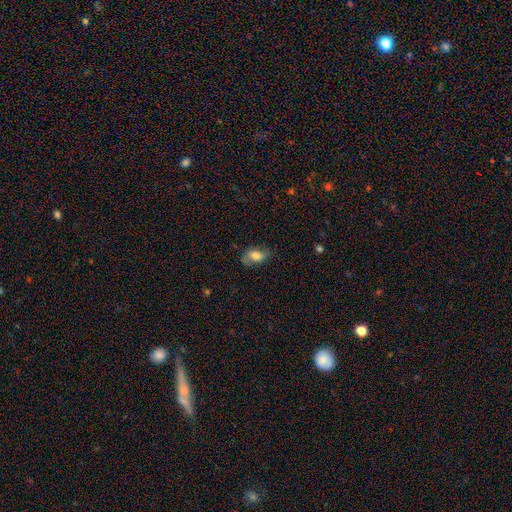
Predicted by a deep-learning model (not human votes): smooth 68%, featured or disk 24%, star or artifact 9%. Down the decision tree: how rounded — in between (86%); merging — none (64%).